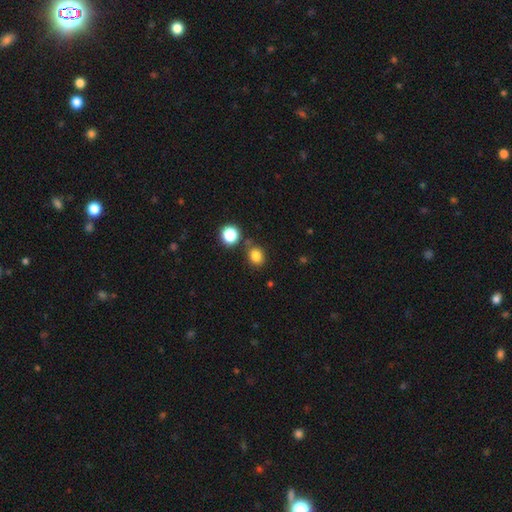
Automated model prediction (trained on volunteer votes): smooth 82%, star or artifact 13%, featured or disk 5%. Down the decision tree: how rounded — round (60%); merging — none (76%).